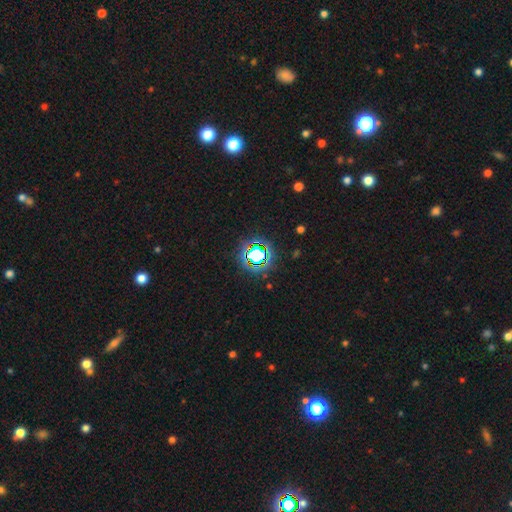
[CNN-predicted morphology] type=star or artifact (68%).